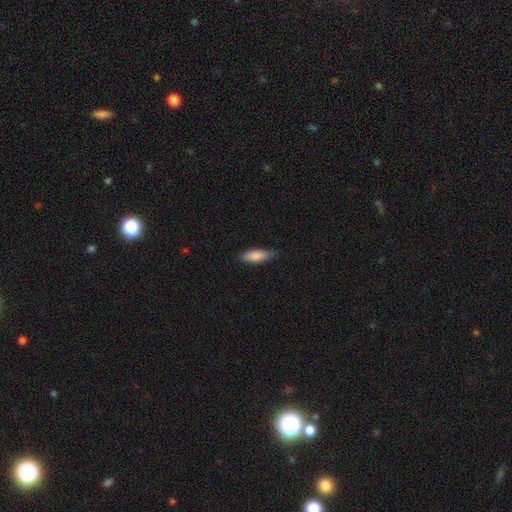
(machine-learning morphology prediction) Overall: smooth (83%). How rounded: in between (55%; cigar-shaped 43%). Merging: none (79%).